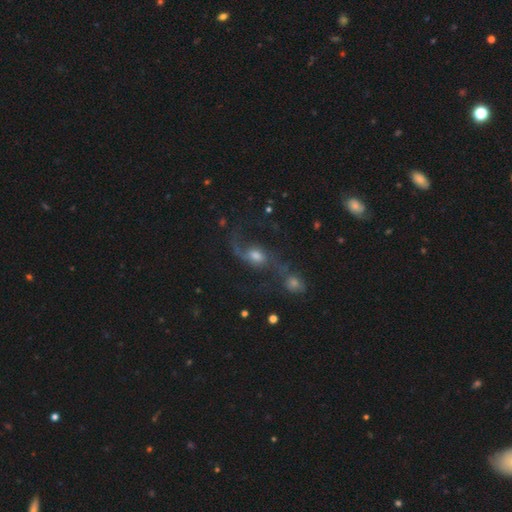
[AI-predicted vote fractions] The model was most divided on "merging": none: 38%, merger: 29%, major disturbance: 20%, minor disturbance: 13%. More confident: edge-on disk — no (94%); spiral arms — yes (89%); spiral arm count — 2 (79%); spiral winding — loose (78%); smooth or featured — featured or disk (67%); bar — no (57%); bulge size — moderate (53%).